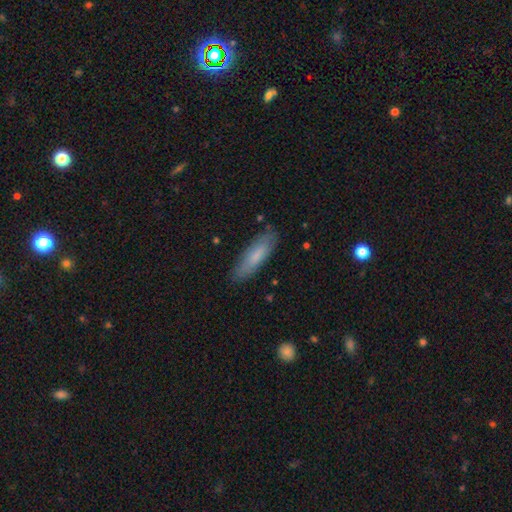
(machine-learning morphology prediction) smooth 73%, featured or disk 21%, star or artifact 6%. Down the decision tree: how rounded — cigar-shaped (59%); merging — none (83%).